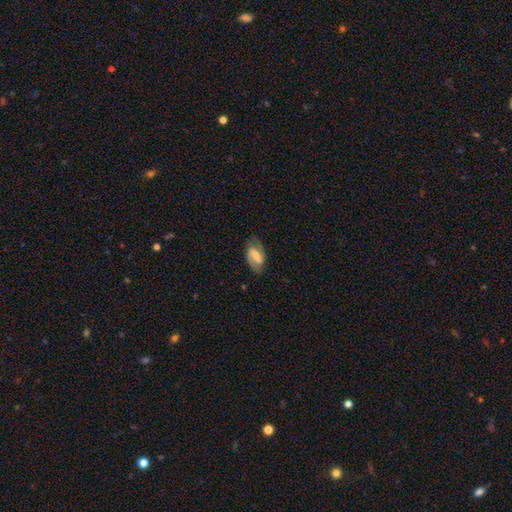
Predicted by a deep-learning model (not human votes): This appears to be a featured or disk galaxy (74%) with a weak bar (44%), 2 (87%) medium (48%) spiral arms (89%) and a moderate central bulge (47%). Merging: none (78%).